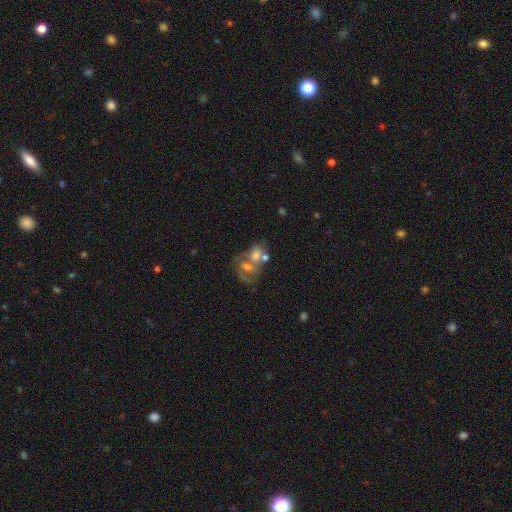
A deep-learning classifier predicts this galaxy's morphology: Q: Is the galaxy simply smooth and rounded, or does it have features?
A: featured or disk — 52%.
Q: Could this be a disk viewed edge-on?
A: no — 96%.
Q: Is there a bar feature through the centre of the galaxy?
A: no — 70%.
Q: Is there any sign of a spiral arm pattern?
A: no — 54%.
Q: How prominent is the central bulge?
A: moderate — 52%.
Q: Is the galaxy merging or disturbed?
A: merger — 58%.